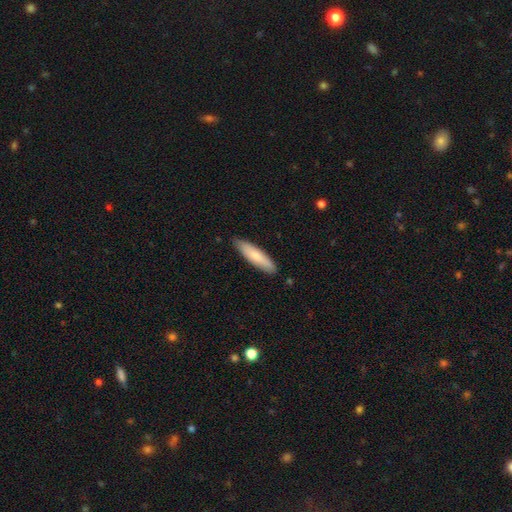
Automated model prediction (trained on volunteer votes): A smooth galaxy with no disk features (74%) that is cigar-shaped (74%).

Vote fractions:
- Smooth or featured? smooth: 74% / featured or disk: 20% / star or artifact: 5%
- How rounded? cigar-shaped: 74% / in between: 24% / round: 1%
- Merging? none: 85% / minor disturbance: 12% / major disturbance: 2% / merger: 1%